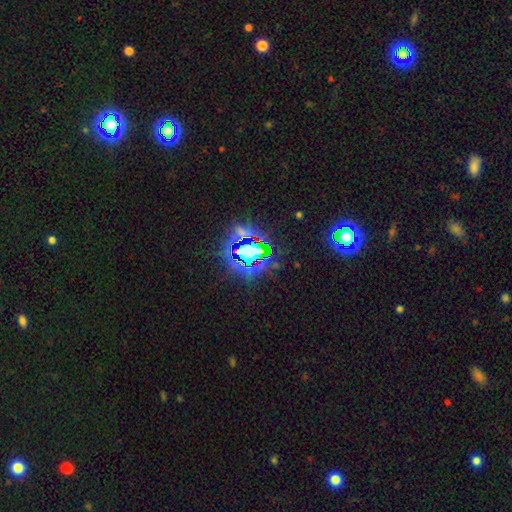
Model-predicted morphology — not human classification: A star or artifact, not a galaxy (79%).